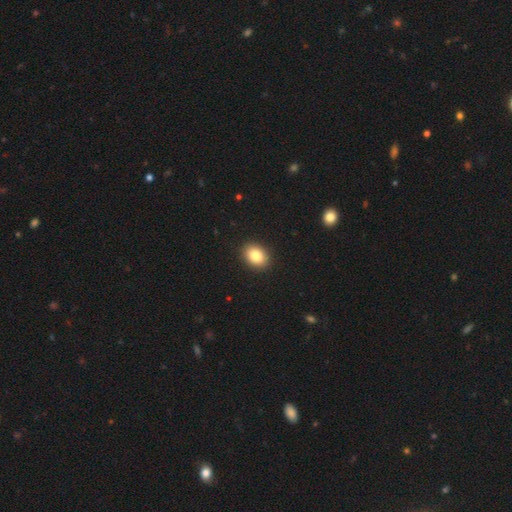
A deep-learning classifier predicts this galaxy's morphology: type=smooth (83%); roundness=in between (67%); merging=none (91%).